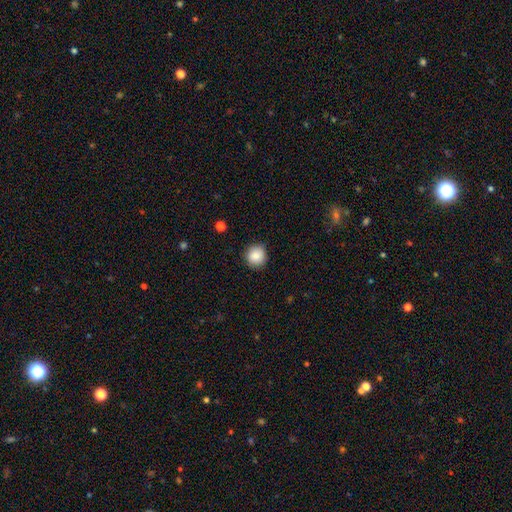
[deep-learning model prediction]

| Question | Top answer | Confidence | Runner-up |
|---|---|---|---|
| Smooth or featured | smooth | 86% | star or artifact (9%) |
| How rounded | round | 93% | in between (6%) |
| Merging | none | 89% | minor disturbance (8%) |